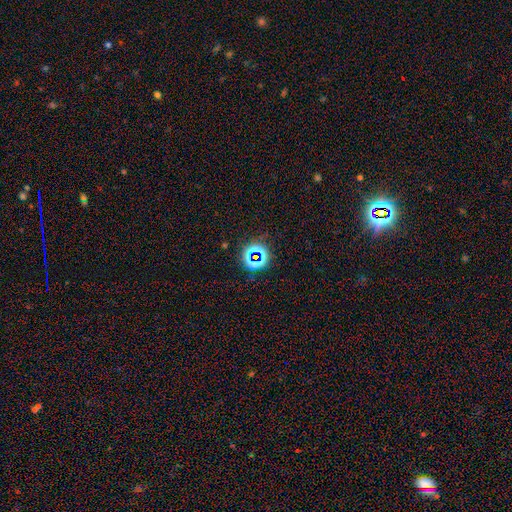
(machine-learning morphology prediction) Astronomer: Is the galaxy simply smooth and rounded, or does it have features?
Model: star or artifact — 67%.